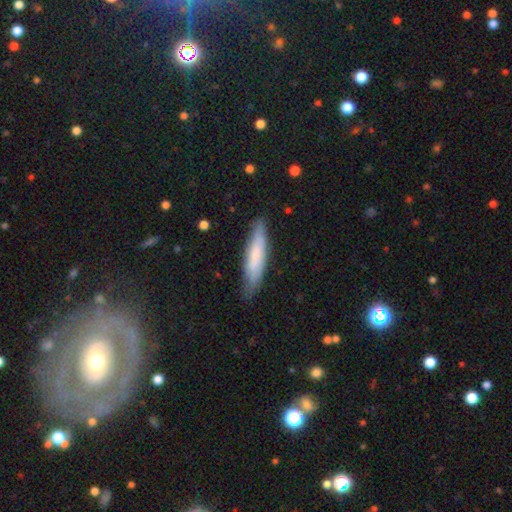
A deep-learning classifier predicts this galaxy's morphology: smooth 68%, featured or disk 26%, star or artifact 6%. Down the decision tree: how rounded — cigar-shaped (80%); merging — none (80%).